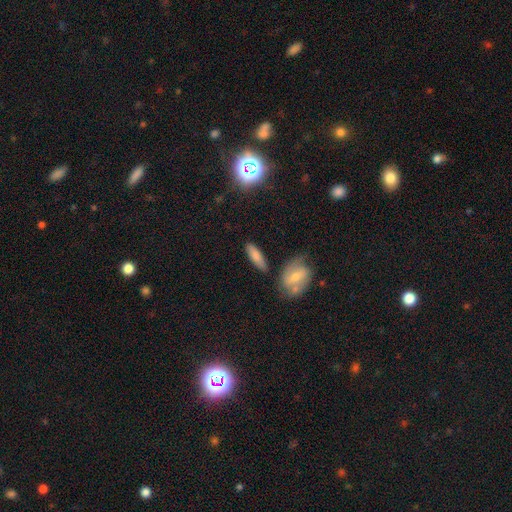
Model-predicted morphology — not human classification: smooth 77%, featured or disk 16%, star or artifact 6%. Down the decision tree: how rounded — cigar-shaped (52%); merging — none (78%).